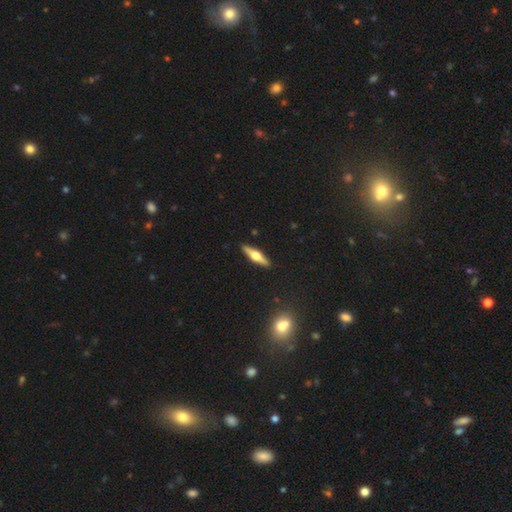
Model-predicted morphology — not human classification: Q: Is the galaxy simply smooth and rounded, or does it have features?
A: featured or disk — 61%.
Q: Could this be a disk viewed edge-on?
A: yes — 96%.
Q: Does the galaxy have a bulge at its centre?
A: rounded — 94%.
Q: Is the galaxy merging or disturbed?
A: none — 91%.